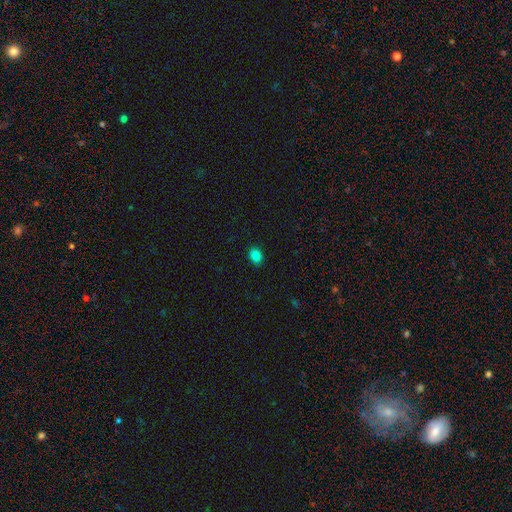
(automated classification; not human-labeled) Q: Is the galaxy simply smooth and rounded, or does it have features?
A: smooth — 84%.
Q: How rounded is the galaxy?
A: in between — 58%.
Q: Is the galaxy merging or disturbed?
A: none — 89%.